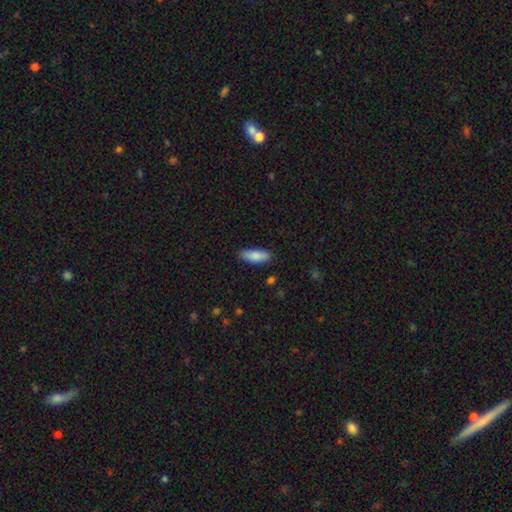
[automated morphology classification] smooth 86%, featured or disk 8%, star or artifact 6%. Down the decision tree: how rounded — in between (68%); merging — none (85%).